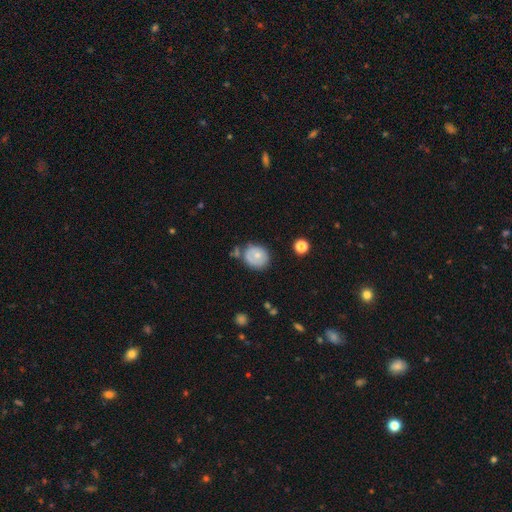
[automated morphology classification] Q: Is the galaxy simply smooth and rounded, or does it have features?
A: smooth — 59%.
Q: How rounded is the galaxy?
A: round — 74%.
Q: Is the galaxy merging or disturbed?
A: none — 61%.